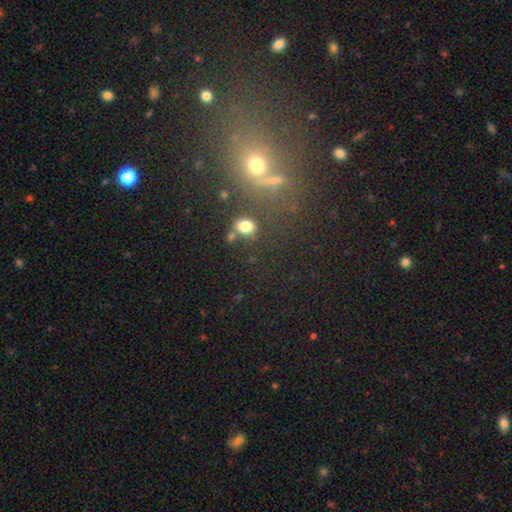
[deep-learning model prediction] star or artifact 49%, smooth 37%, featured or disk 13%.